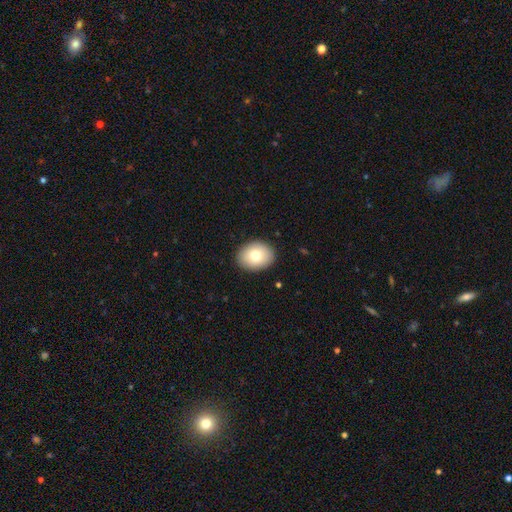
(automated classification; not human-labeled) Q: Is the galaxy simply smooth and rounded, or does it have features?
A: smooth — 77%.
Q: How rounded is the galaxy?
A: in between — 59%.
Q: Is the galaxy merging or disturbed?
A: none — 89%.